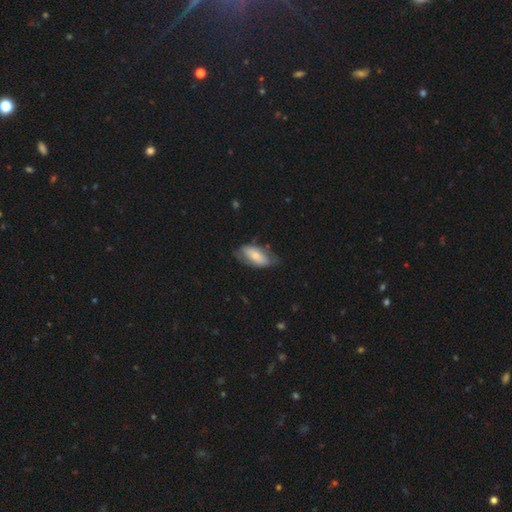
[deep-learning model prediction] A smooth galaxy with no disk features (53%) that is in between round and cigar-shaped (89%). Merging: none (59%).